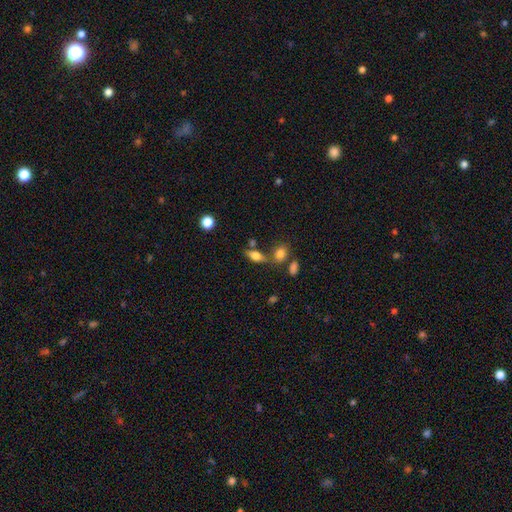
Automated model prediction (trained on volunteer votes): Q: Smooth or featured?
A: smooth (69%); runner-up: featured or disk (20%)
Q: How rounded?
A: in between (77%); runner-up: cigar-shaped (15%)
Q: Merging?
A: none (59%); runner-up: merger (20%)